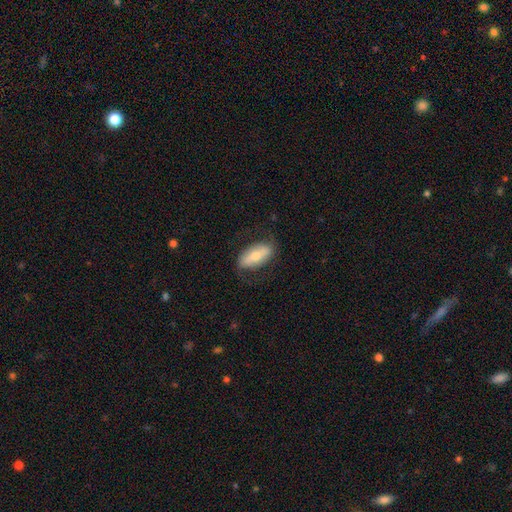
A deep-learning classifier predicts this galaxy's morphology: Smooth or featured: smooth — 56% (featured or disk — 38%)
How rounded: in between — 84% (cigar-shaped — 12%)
Merging: none — 72% (minor disturbance — 19%)